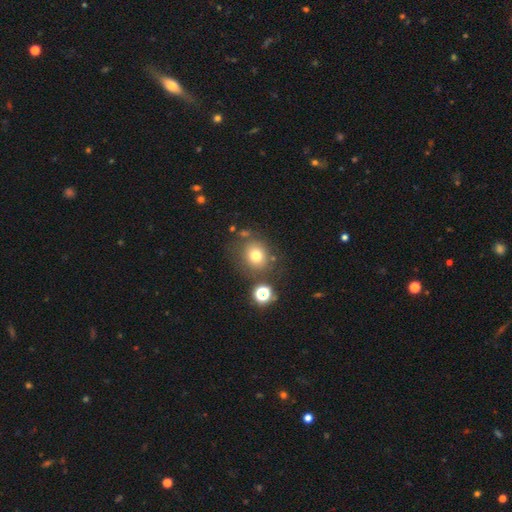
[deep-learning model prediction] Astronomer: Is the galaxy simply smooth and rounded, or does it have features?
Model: smooth — 73%.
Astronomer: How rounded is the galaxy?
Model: round — 82%.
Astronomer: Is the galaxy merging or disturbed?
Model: none — 75%.